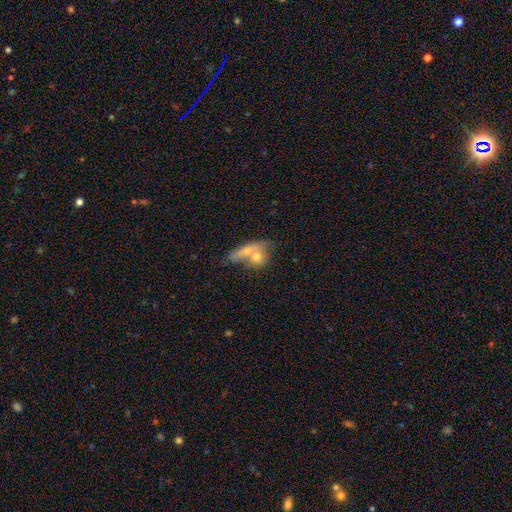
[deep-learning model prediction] A smooth galaxy with no disk features (49%). Merging: merger (48%).